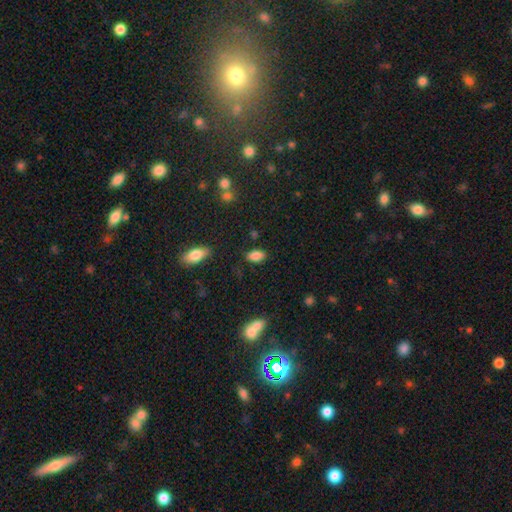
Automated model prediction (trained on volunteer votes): The model was most divided on "merging": none: 81%, minor disturbance: 13%, major disturbance: 3%, merger: 3%. More confident: how rounded — in between (90%); smooth or featured — smooth (85%).